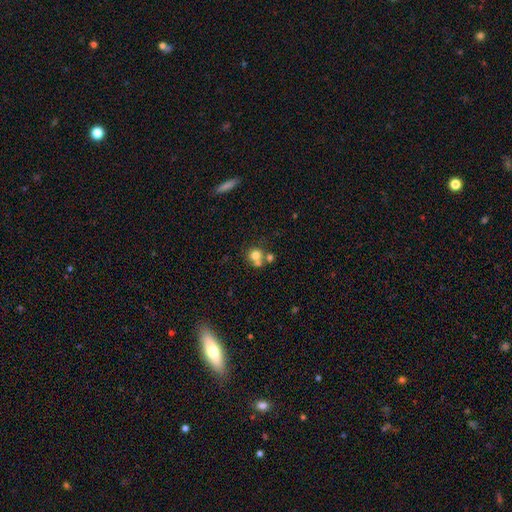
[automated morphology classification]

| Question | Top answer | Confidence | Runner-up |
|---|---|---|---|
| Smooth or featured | smooth | 75% | featured or disk (13%) |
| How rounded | round | 86% | in between (13%) |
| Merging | none | 45% | merger (42%) |